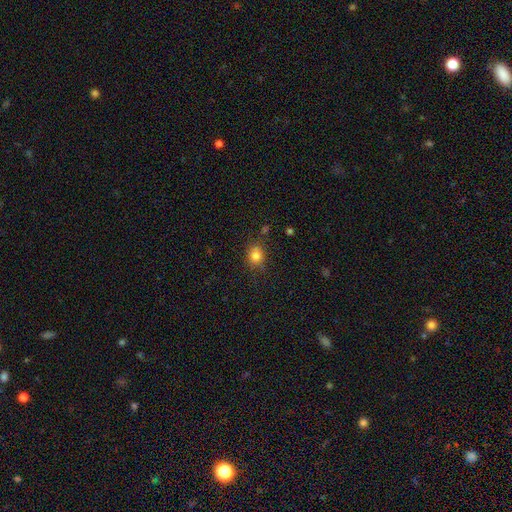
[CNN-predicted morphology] Q: Smooth or featured?
A: smooth (82%); runner-up: star or artifact (12%)
Q: How rounded?
A: round (67%); runner-up: in between (32%)
Q: Merging?
A: none (78%); runner-up: minor disturbance (15%)